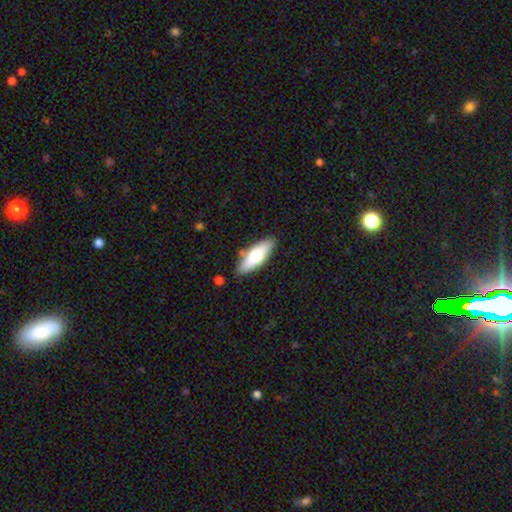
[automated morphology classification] Smooth or featured? smooth (69%)
How rounded? in between (60%)
Merging? none (83%)